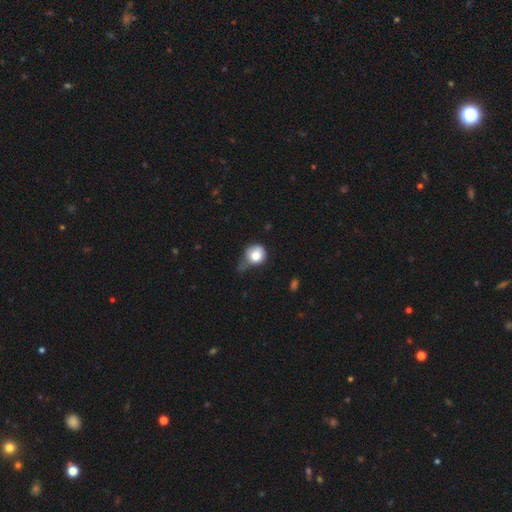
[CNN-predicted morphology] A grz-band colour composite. It shows a smooth galaxy with no disk features (78%) that is round (77%). Merging: minor disturbance (40%).